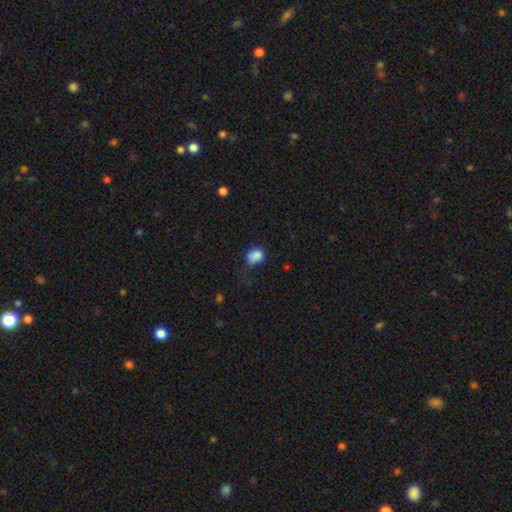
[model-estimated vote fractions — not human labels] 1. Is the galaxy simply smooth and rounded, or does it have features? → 82% smooth, 11% star or artifact, 7% featured or disk.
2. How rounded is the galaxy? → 50% round, 48% in between, 1% cigar-shaped.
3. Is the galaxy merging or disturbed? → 39% none, 35% minor disturbance, 20% major disturbance, 7% merger.